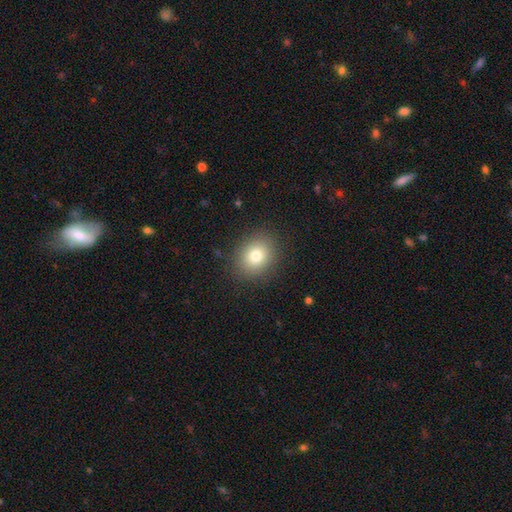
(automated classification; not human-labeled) Overall: smooth (78%). How rounded: round (62%; in between 37%). Merging: none (87%).